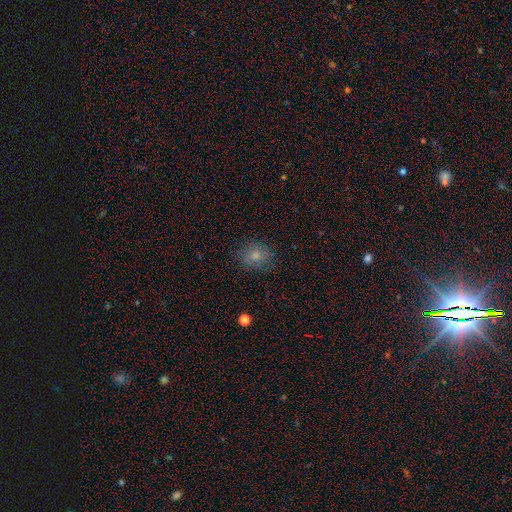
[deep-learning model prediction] Smooth or featured? smooth (76%)
How rounded? round (65%)
Merging? none (79%)